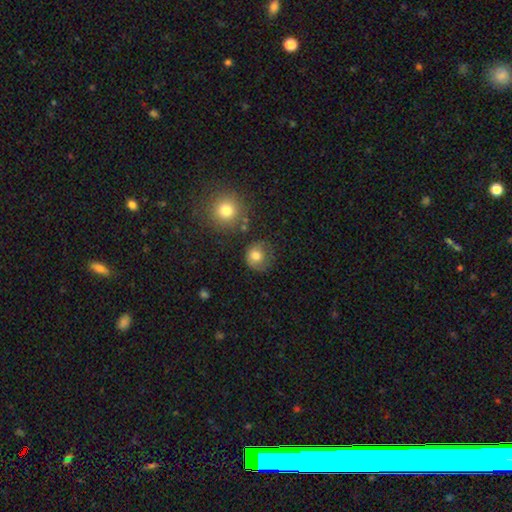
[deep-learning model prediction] smooth-or-featured: smooth: 74% | featured or disk: 15% | star or artifact: 11%
  how-rounded: round: 86% | in between: 13% | cigar-shaped: 1%
  merging: none: 60% | minor disturbance: 23% | major disturbance: 12% | merger: 5%